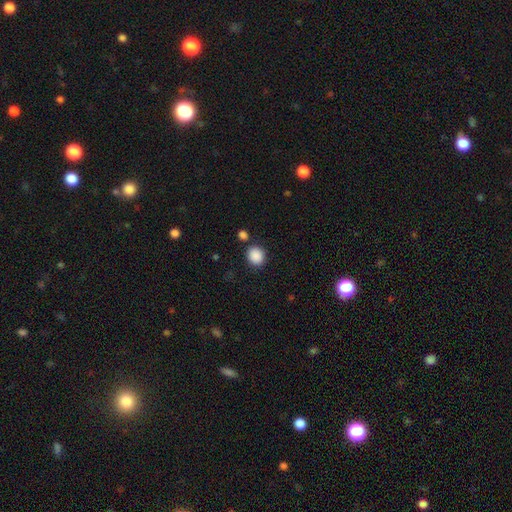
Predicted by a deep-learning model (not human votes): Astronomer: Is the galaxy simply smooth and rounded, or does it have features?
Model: smooth — 88%.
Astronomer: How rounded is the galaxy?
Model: round — 72%.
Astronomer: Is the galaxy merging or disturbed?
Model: none — 81%.